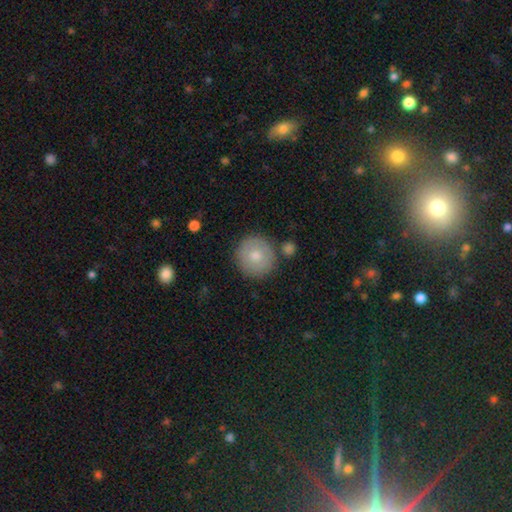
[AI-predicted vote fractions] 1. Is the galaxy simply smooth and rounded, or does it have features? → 76% smooth, 17% featured or disk, 7% star or artifact.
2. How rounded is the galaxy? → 93% round, 7% in between, 1% cigar-shaped.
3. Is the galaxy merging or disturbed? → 83% none, 10% minor disturbance, 5% merger, 3% major disturbance.